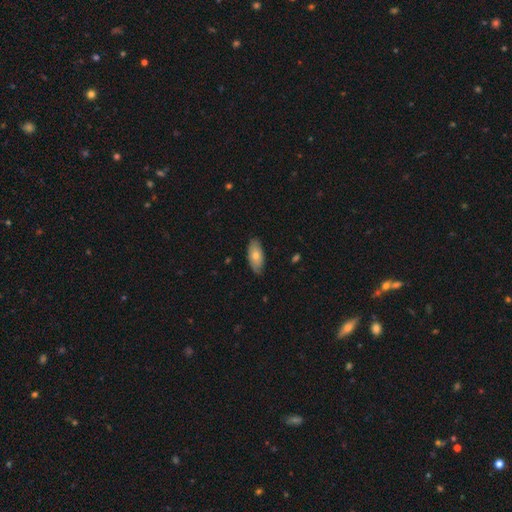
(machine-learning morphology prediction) A smooth galaxy with no disk features (68%) that is in between round and cigar-shaped (88%). Merging: none (79%).